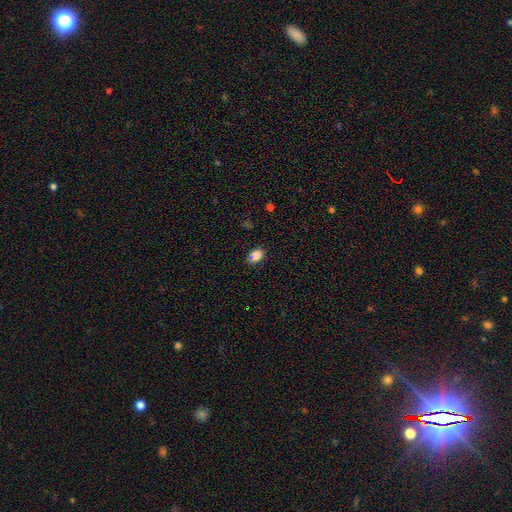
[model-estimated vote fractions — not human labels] The model was most divided on "how rounded": in between: 79%, round: 20%, cigar-shaped: 2%. More confident: smooth or featured — smooth (81%); merging — none (79%).